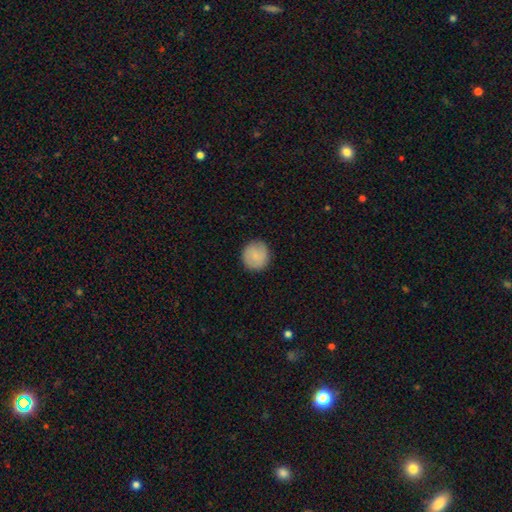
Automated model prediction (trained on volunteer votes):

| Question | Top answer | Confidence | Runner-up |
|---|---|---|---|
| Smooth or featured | smooth | 76% | featured or disk (18%) |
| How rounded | round | 93% | in between (6%) |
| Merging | none | 87% | minor disturbance (9%) |